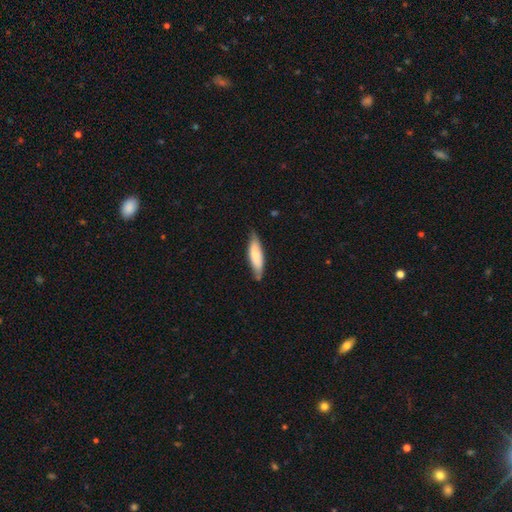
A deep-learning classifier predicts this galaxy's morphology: smooth-or-featured: smooth: 73% | featured or disk: 22% | star or artifact: 5%
  how-rounded: cigar-shaped: 61% | in between: 37% | round: 1%
  merging: none: 74% | minor disturbance: 22% | major disturbance: 3% | merger: 2%